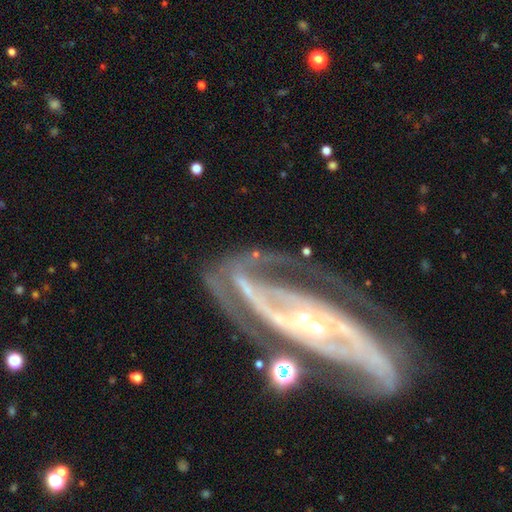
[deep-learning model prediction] A featured or disk galaxy (81%) with a strong bar (49%), 2 (62%) medium (41%) spiral arms (80%) and a small central bulge (58%).

Vote fractions:
- Smooth or featured? featured or disk: 81% / smooth: 11% / star or artifact: 9%
- Edge-on disk? no: 91% / yes: 9%
- Bar? strong: 49% / weak: 27% / no: 24%
- Spiral arms? yes: 80% / no: 20%
- Spiral winding? medium: 41% / tight: 35% / loose: 24%
- Spiral arm count? 2: 62% / can't tell: 16% / 1: 8% / 3: 6% / 4: 4% / more than 4: 4%
- Bulge size? small: 58% / moderate: 27% / none: 8% / large: 4% / dominant: 2%
- Merging? none: 46% / major disturbance: 27% / minor disturbance: 17% / merger: 10%